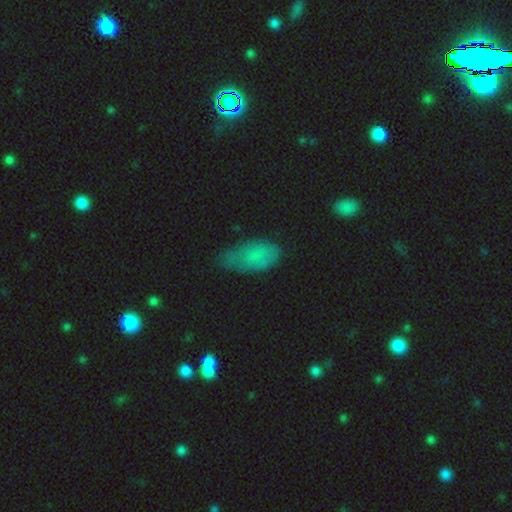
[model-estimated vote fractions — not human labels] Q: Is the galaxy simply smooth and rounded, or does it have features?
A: smooth — 72%.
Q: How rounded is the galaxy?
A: in between — 92%.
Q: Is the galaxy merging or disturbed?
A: none — 46%.